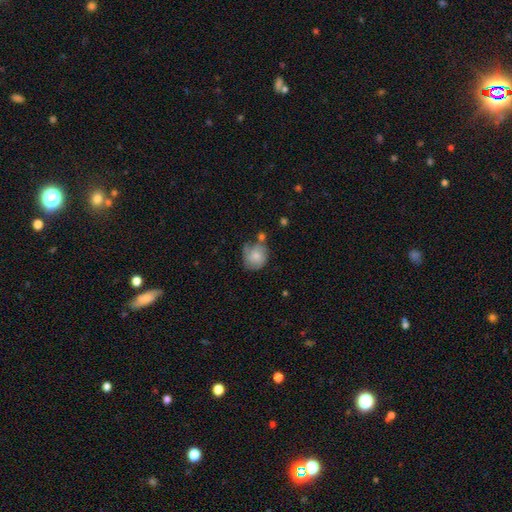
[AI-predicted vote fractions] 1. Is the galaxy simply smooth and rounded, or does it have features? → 66% smooth, 26% featured or disk, 8% star or artifact.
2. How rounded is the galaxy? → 71% round, 28% in between, 1% cigar-shaped.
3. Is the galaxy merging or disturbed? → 45% none, 29% minor disturbance, 13% major disturbance, 13% merger.